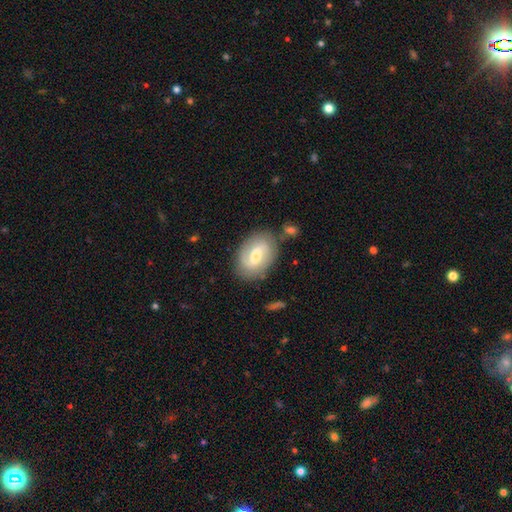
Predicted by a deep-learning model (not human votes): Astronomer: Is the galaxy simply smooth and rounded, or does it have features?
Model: featured or disk — 61%.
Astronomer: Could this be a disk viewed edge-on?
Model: no — 95%.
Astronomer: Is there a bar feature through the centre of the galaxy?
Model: weak — 57%.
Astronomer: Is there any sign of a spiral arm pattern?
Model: yes — 80%.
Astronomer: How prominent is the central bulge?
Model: moderate — 60%.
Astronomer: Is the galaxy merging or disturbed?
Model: none — 76%.